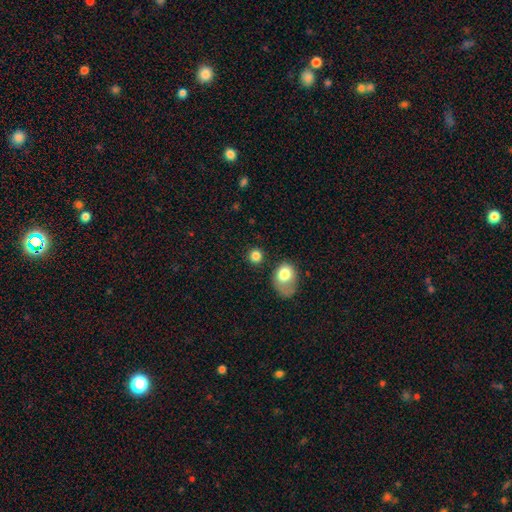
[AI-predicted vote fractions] Smooth or featured? Predicted: smooth (p=0.82). How rounded? Predicted: round (p=0.86). Merging? Predicted: none (p=0.76).